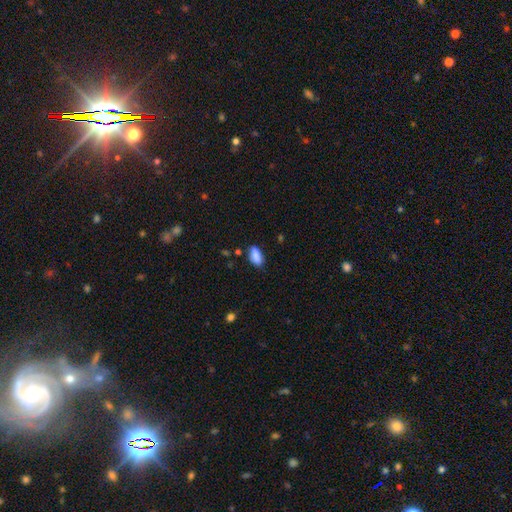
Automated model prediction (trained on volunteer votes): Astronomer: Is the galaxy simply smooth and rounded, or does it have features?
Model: smooth — 85%.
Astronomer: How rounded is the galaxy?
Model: in between — 83%.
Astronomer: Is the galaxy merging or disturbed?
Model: none — 71%.